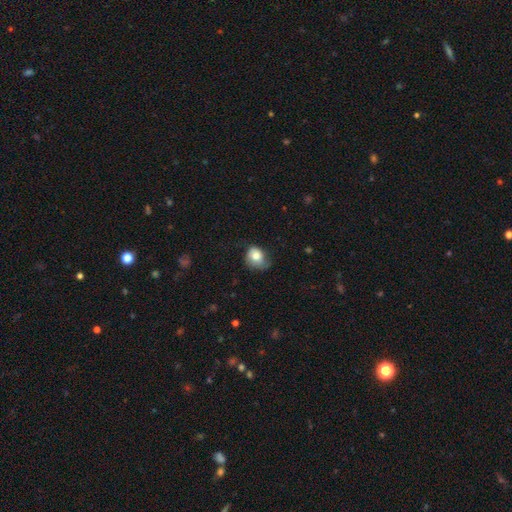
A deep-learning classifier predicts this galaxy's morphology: A smooth galaxy with no disk features (74%) that is round (55%).

Vote fractions:
- Smooth or featured? smooth: 74% / featured or disk: 17% / star or artifact: 8%
- How rounded? round: 55% / in between: 44% / cigar-shaped: 1%
- Merging? none: 42% / minor disturbance: 39% / major disturbance: 17% / merger: 2%